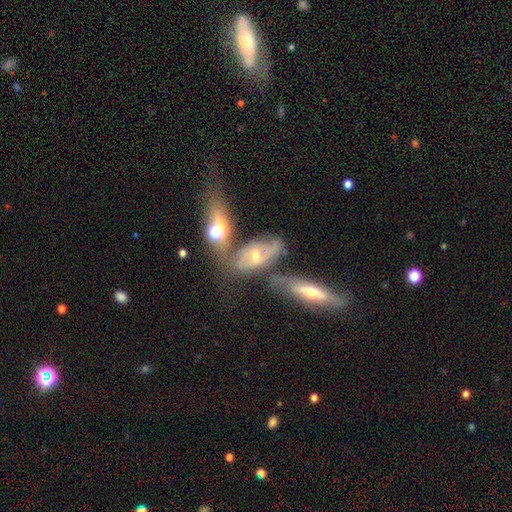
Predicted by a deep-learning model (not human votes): A featured or disk galaxy (63%).

Vote fractions:
- Smooth or featured? featured or disk: 63% / smooth: 27% / star or artifact: 10%
- Edge-on disk? no: 76% / yes: 24%
- Merging? merger: 41% / none: 30% / minor disturbance: 16% / major disturbance: 13%